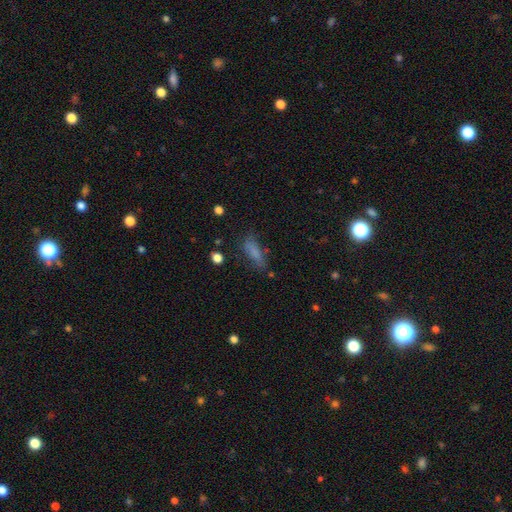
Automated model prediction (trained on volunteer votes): smooth-or-featured: smooth: 51% | star or artifact: 27% | featured or disk: 22%
  how-rounded: in between: 52% | cigar-shaped: 41% | round: 7%
  merging: none: 72% | minor disturbance: 17% | major disturbance: 7% | merger: 3%